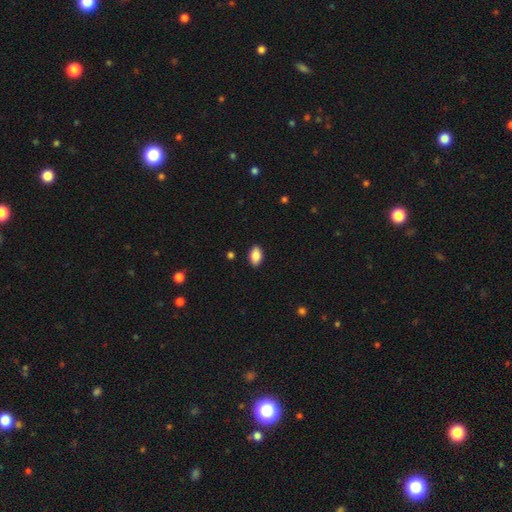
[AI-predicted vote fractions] This appears to be a smooth galaxy with no disk features (87%) that is in between round and cigar-shaped (91%). Merging: none (89%).